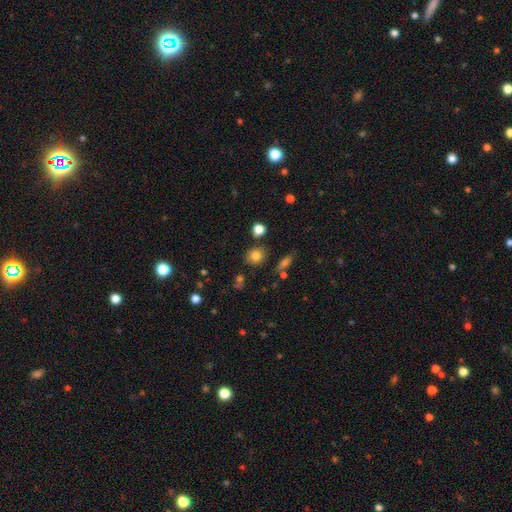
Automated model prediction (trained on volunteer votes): smooth-or-featured: smooth: 81% | star or artifact: 12% | featured or disk: 7%
  how-rounded: round: 76% | in between: 23% | cigar-shaped: 1%
  merging: none: 81% | minor disturbance: 11% | merger: 5% | major disturbance: 3%